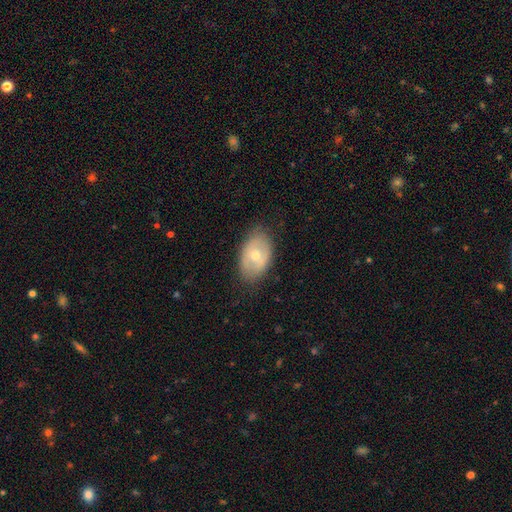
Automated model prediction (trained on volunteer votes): This appears to be a smooth galaxy with no disk features (52%) that is in between round and cigar-shaped (85%). Merging: none (78%).